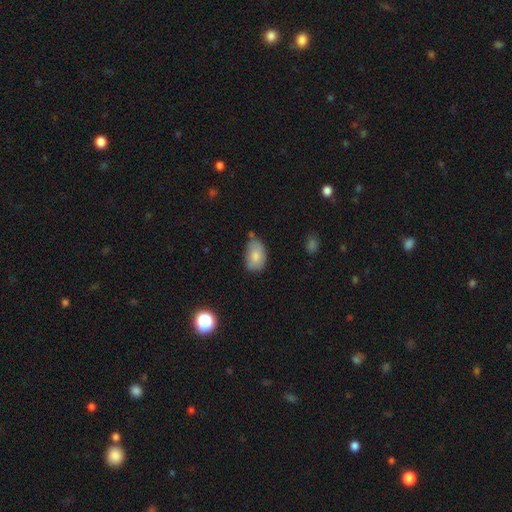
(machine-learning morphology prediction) smooth 80%, featured or disk 12%, star or artifact 8%. Down the decision tree: how rounded — in between (88%); merging — none (59%).